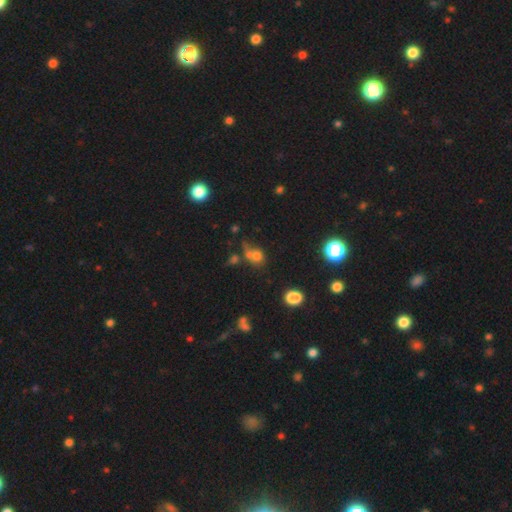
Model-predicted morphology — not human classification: A smooth galaxy with no disk features (65%) that is round (74%).

Vote fractions:
- Smooth or featured? smooth: 65% / star or artifact: 22% / featured or disk: 13%
- How rounded? round: 74% / in between: 25% / cigar-shaped: 2%
- Merging? none: 40% / merger: 37% / minor disturbance: 12% / major disturbance: 11%